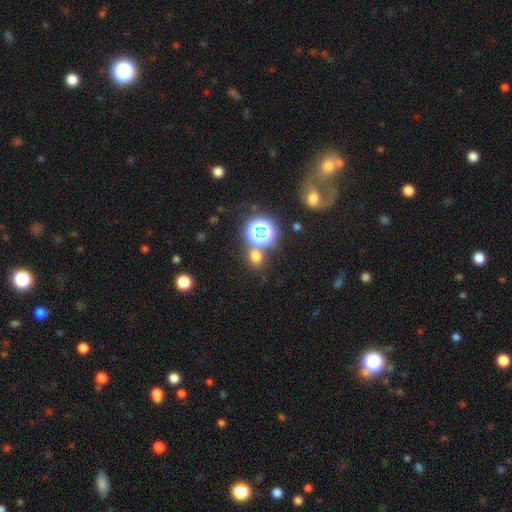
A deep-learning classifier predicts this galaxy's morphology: smooth_or_featured: smooth (p=0.62) [alt: star or artifact p=0.32]
how_rounded: round (p=0.79) [alt: in between p=0.20]
merging: none (p=0.74) [alt: merger p=0.14]